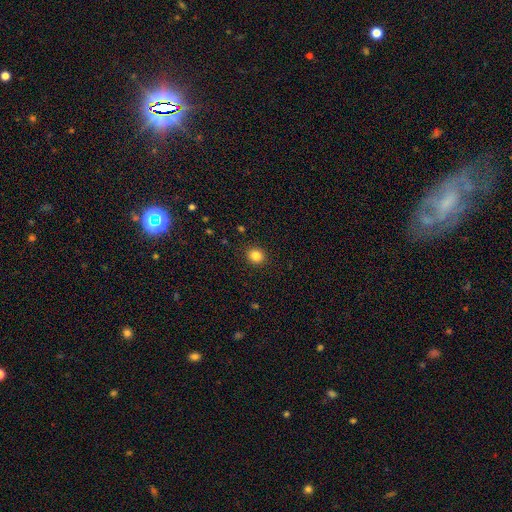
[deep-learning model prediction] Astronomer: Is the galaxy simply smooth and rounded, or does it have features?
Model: smooth — 84%.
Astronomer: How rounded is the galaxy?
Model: round — 77%.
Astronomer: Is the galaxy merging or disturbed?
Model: none — 91%.